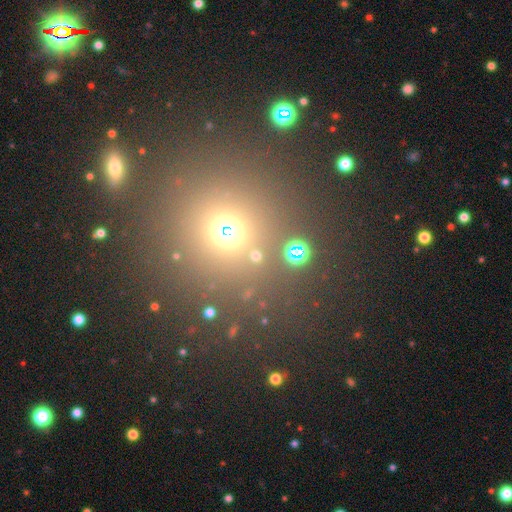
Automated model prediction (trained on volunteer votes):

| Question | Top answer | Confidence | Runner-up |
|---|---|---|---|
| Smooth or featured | smooth | 47% | star or artifact (45%) |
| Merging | none | 80% | merger (8%) |